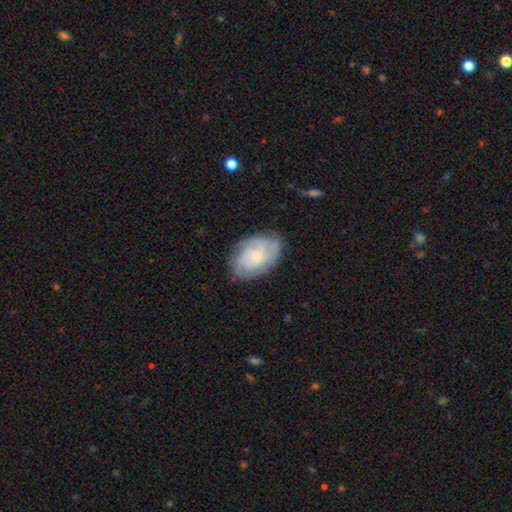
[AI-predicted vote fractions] Smooth or featured: featured or disk — 67% (smooth — 26%)
Edge-on disk: no — 97% (yes — 3%)
Bar: no — 74% (weak — 23%)
Spiral arms: yes — 92% (no — 8%)
Spiral winding: tight — 66% (medium — 27%)
Spiral arm count: can't tell — 37% (2 — 24%)
Bulge size: small — 64% (moderate — 21%)
Merging: none — 76% (minor disturbance — 17%)